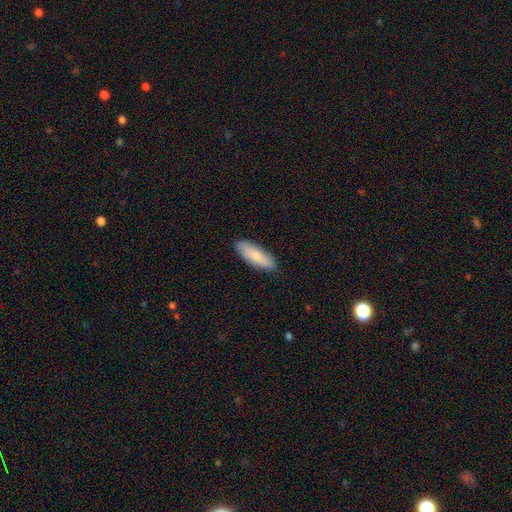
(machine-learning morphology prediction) smooth-or-featured: smooth: 81% | featured or disk: 14% | star or artifact: 5%
  how-rounded: in between: 60% | cigar-shaped: 38% | round: 2%
  merging: none: 88% | minor disturbance: 9% | major disturbance: 2% | merger: 1%